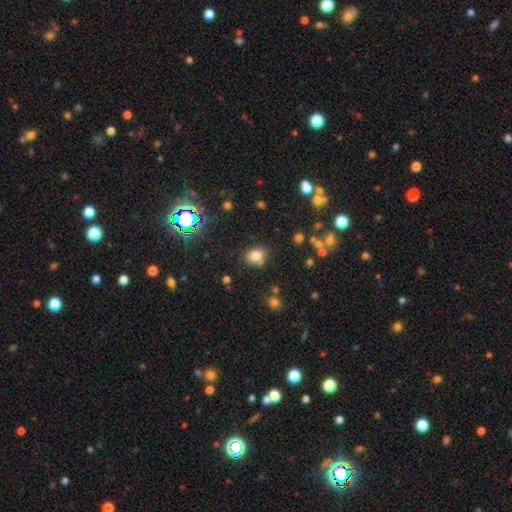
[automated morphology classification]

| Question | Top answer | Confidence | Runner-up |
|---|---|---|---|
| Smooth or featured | smooth | 77% | star or artifact (15%) |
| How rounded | round | 50% | in between (48%) |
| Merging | none | 74% | minor disturbance (14%) |